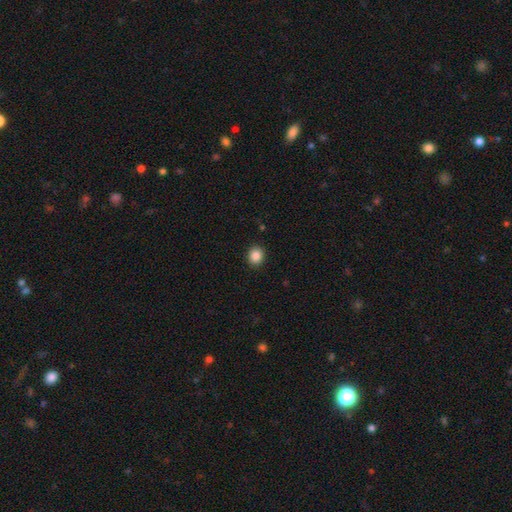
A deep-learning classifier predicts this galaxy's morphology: smooth 87%, star or artifact 10%, featured or disk 3%. Down the decision tree: how rounded — round (76%); merging — none (91%).